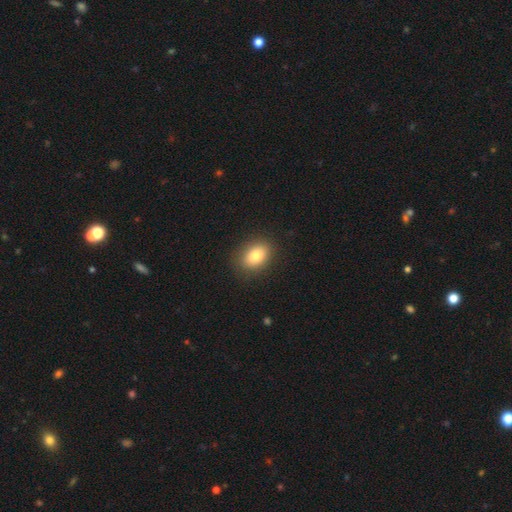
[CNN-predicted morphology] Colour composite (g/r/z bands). It shows a smooth galaxy with no disk features (82%) that is in between round and cigar-shaped (79%). Merging: none (87%).